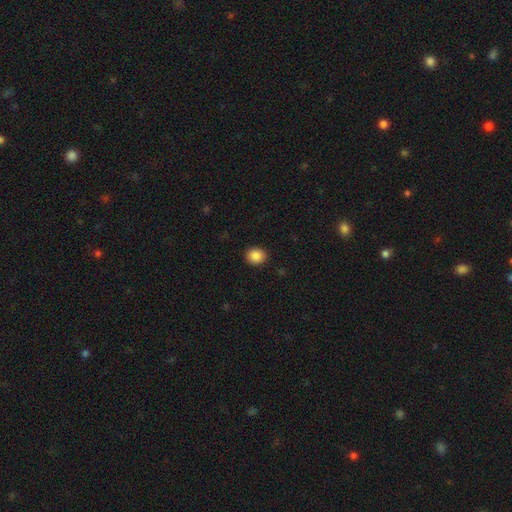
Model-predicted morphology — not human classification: smooth-or-featured: smooth: 87% | star or artifact: 9% | featured or disk: 4%
  how-rounded: round: 73% | in between: 27% | cigar-shaped: 1%
  merging: none: 91% | minor disturbance: 6% | major disturbance: 2% | merger: 1%